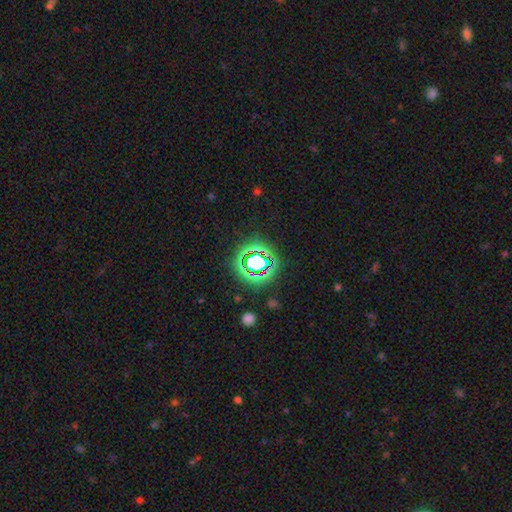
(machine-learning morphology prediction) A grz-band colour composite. It shows a star or artifact, not a galaxy (66%).